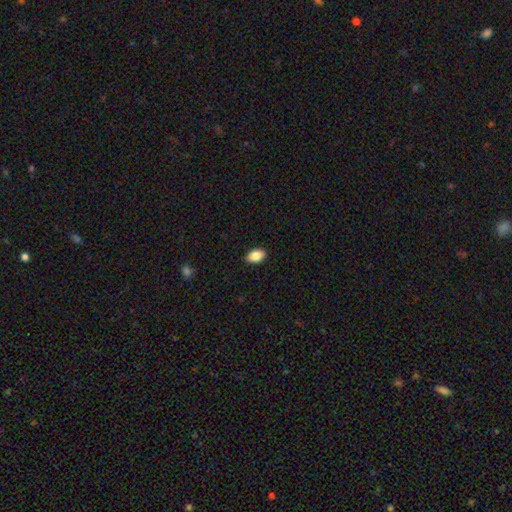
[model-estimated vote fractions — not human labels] Smooth or featured? Predicted: smooth (p=0.86). How rounded? Predicted: in between (p=0.90). Merging? Predicted: none (p=0.89).